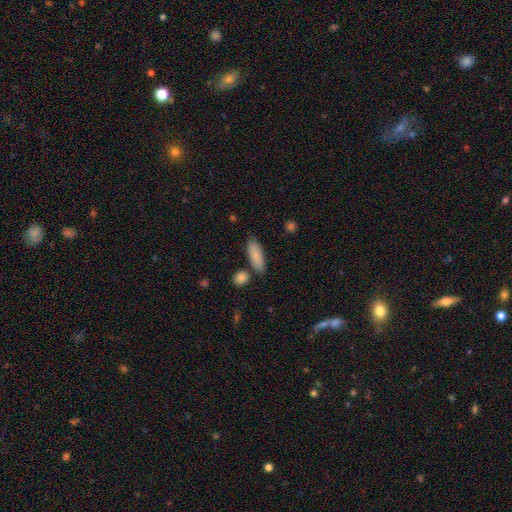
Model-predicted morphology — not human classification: smooth_or_featured: smooth (p=0.84) [alt: featured or disk p=0.10]
how_rounded: in between (p=0.71) [alt: cigar-shaped p=0.27]
merging: none (p=0.77) [alt: minor disturbance p=0.13]